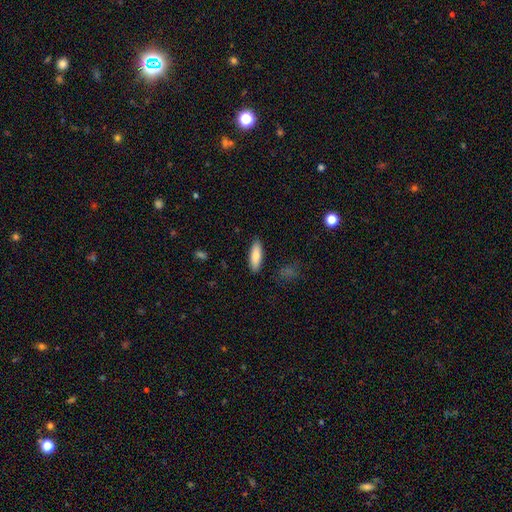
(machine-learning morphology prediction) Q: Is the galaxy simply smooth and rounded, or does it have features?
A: smooth — 81%.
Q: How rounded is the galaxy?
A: in between — 56%.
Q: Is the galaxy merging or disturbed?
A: none — 88%.